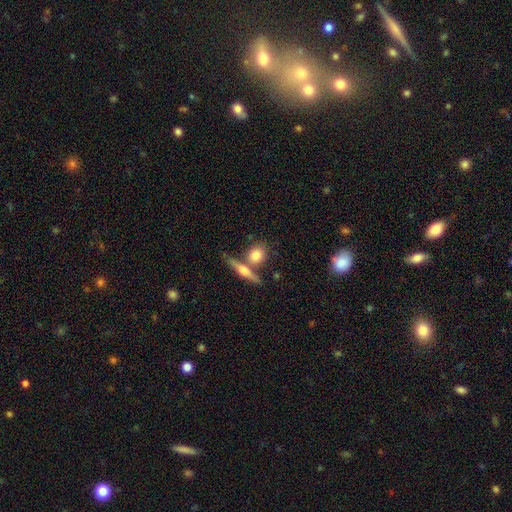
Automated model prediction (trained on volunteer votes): Smooth or featured?
  - smooth: 69% *
  - featured or disk: 24%
  - star or artifact: 7%
How rounded?
  - round: 59% *
  - in between: 29%
  - cigar-shaped: 12%
Merging?
  - none: 59% *
  - merger: 28%
  - minor disturbance: 10%
  - major disturbance: 3%